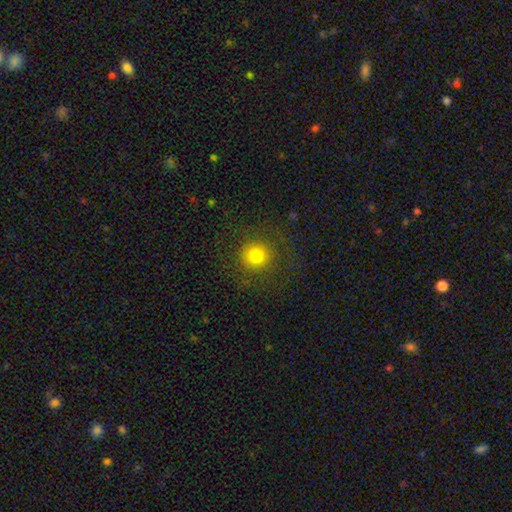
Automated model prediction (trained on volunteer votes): Smooth or featured? Predicted: smooth (p=0.78). How rounded? Predicted: round (p=0.93). Merging? Predicted: none (p=0.85).